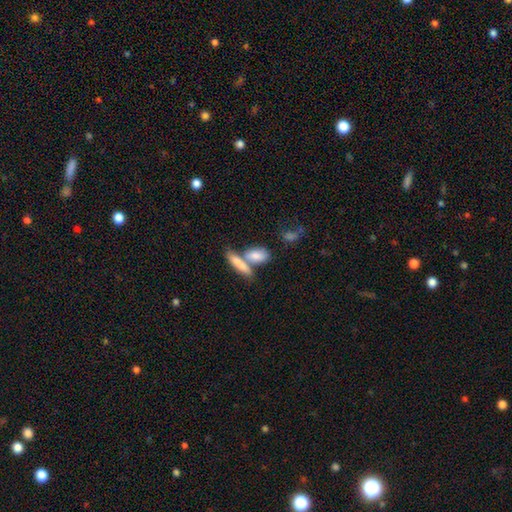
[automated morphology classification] This is likely a smooth galaxy (78%). How rounded: likely in between (67%). Merging: marginally merger (44%).